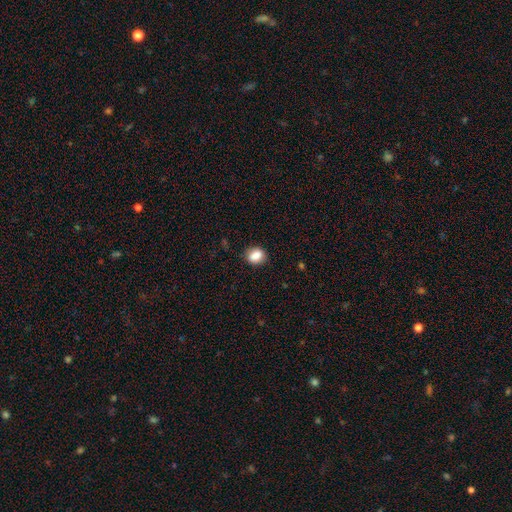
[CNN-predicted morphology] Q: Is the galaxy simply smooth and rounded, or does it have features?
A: smooth — 86%.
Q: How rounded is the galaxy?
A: round — 51%.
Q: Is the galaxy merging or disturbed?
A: none — 83%.